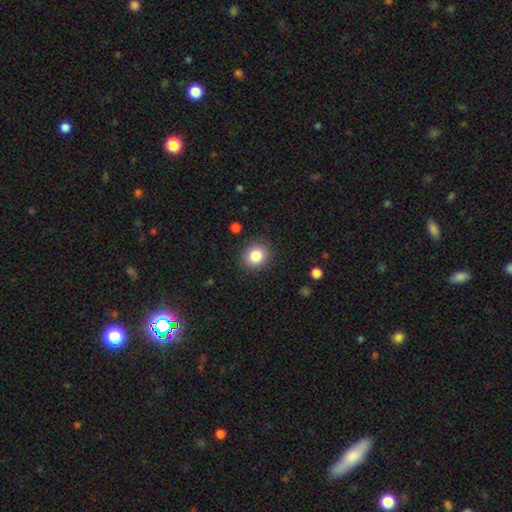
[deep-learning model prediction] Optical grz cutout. It shows a smooth galaxy with no disk features (83%) that is round (78%). Merging: none (89%).